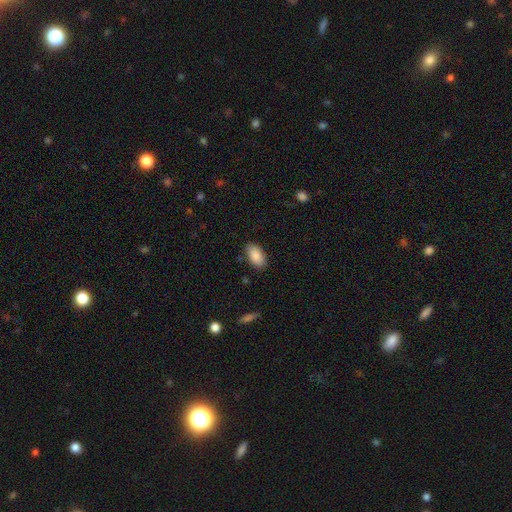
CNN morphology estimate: This appears to be a smooth galaxy with no disk features (89%) that is in between round and cigar-shaped (95%). Merging: none (86%).